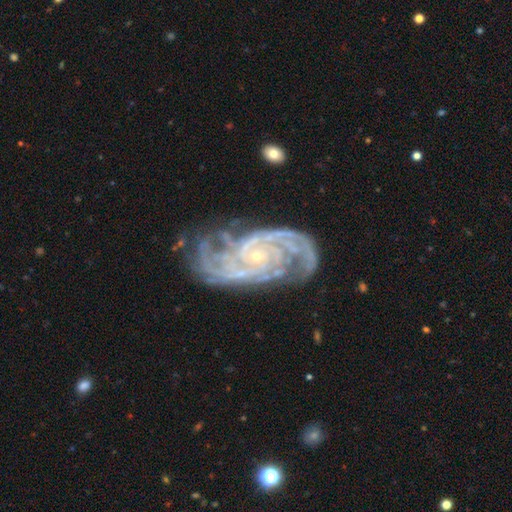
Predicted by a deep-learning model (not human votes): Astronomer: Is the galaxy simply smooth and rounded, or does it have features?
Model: featured or disk — 92%.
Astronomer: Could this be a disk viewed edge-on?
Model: no — 97%.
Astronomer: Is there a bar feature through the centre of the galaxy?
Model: no — 68%.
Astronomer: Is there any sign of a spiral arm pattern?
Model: yes — 98%.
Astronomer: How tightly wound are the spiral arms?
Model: tight — 63%.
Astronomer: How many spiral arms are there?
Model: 2 — 24% (runner-up: 3, 21%).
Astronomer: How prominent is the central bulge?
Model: small — 85%.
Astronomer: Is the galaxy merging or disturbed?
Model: none — 68%.